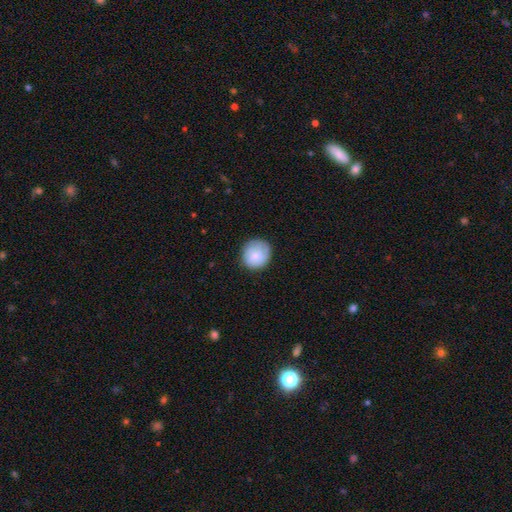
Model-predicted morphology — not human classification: This appears to be a smooth galaxy with no disk features (79%) that is round (88%). Merging: none (80%).